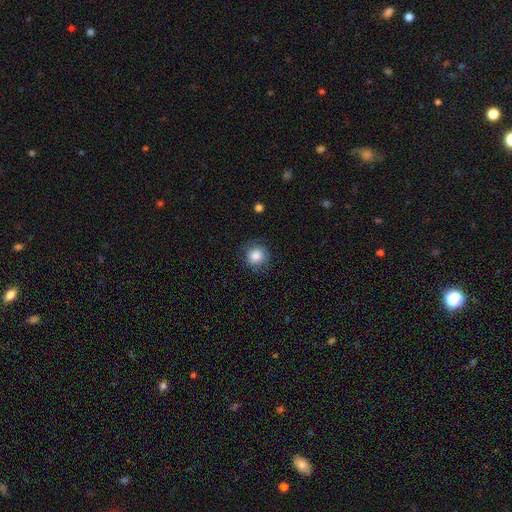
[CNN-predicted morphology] A smooth galaxy with no disk features (82%) that is round (86%). Merging: none (76%).